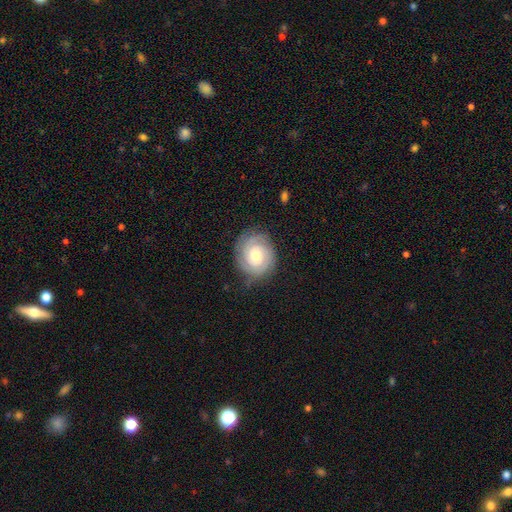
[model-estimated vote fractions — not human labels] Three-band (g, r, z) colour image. It shows a featured or disk galaxy (69%) with no bar (78%), 2 (42%) tight (75%) spiral arms (91%) and a moderate central bulge (49%). Merging: none (76%).